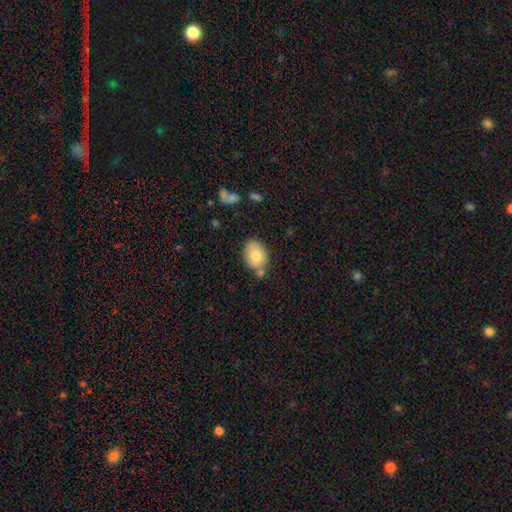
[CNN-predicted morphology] Smooth or featured? smooth (76%)
How rounded? in between (71%)
Merging? none (66%)